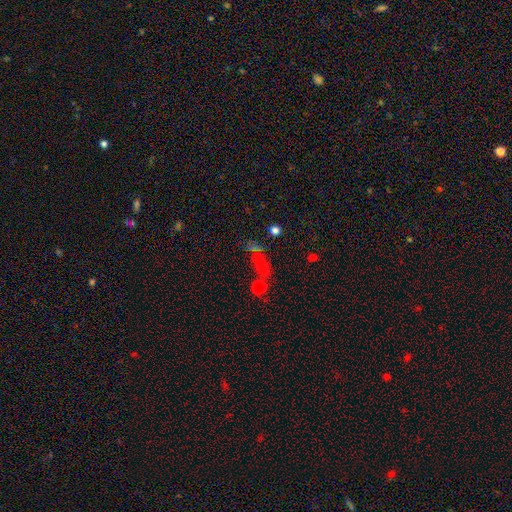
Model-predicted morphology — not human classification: smooth-or-featured: smooth: 55% | star or artifact: 32% | featured or disk: 13%
  how-rounded: in between: 49% | cigar-shaped: 28% | round: 23%
  merging: none: 57% | merger: 16% | minor disturbance: 15% | major disturbance: 12%